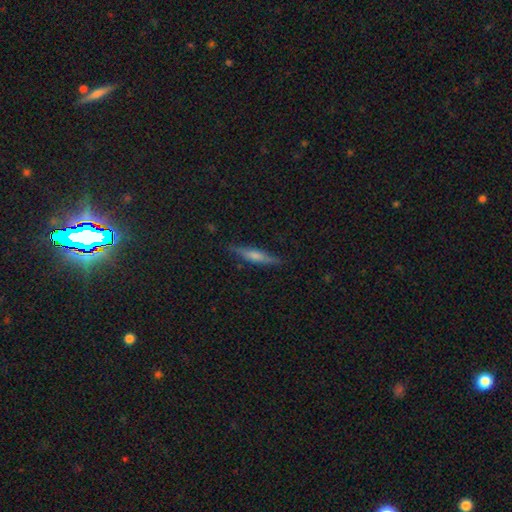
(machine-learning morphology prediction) A smooth galaxy with no disk features (47%).

Vote fractions:
- Smooth or featured? smooth: 47% / featured or disk: 46% / star or artifact: 7%
- Merging? none: 85% / minor disturbance: 12% / major disturbance: 2% / merger: 1%